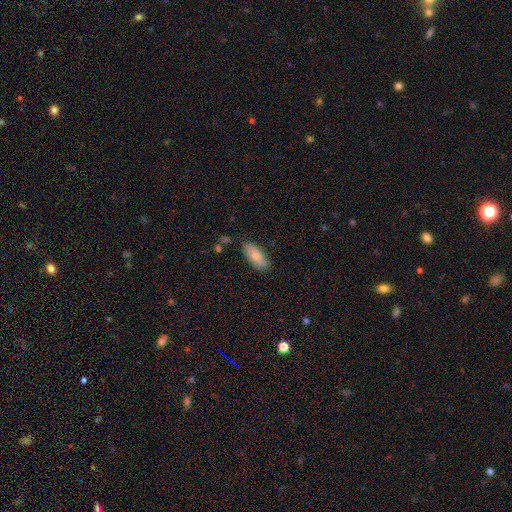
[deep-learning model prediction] This appears to be a smooth galaxy with no disk features (83%) that is in between round and cigar-shaped (85%). Merging: none (81%).